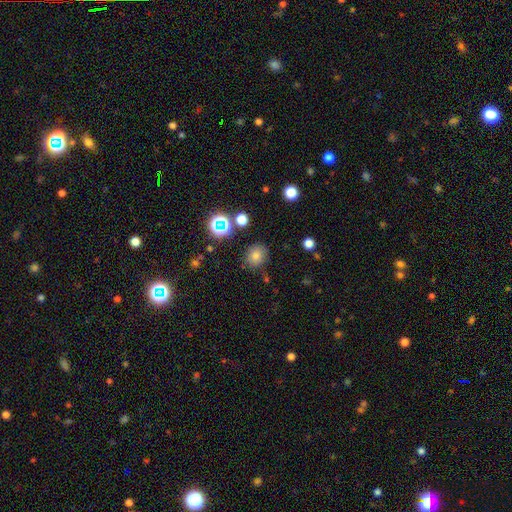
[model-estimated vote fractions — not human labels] smooth-or-featured: smooth: 74% | star or artifact: 18% | featured or disk: 8%
  how-rounded: round: 75% | in between: 24% | cigar-shaped: 1%
  merging: none: 81% | minor disturbance: 12% | merger: 4% | major disturbance: 4%